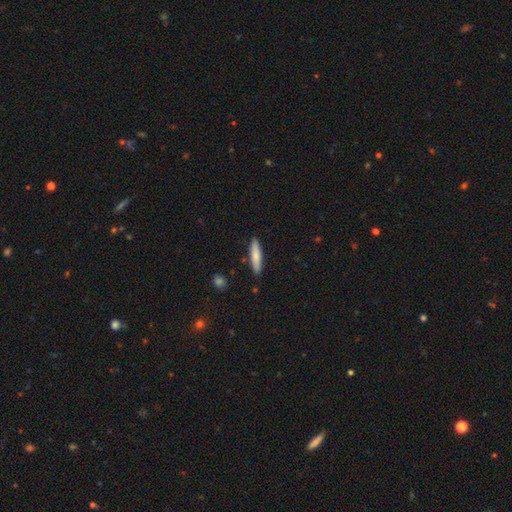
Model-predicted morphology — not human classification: A smooth galaxy with no disk features (78%) that is cigar-shaped (83%).

Vote fractions:
- Smooth or featured? smooth: 78% / featured or disk: 17% / star or artifact: 6%
- How rounded? cigar-shaped: 83% / in between: 15% / round: 1%
- Merging? none: 89% / minor disturbance: 8% / merger: 2% / major disturbance: 2%